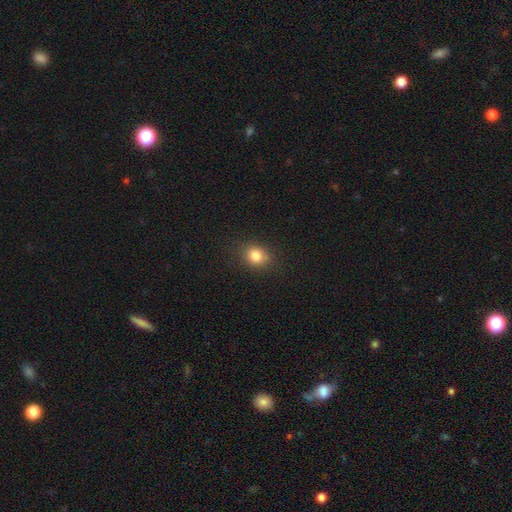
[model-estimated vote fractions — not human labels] Morphology: type=smooth (82%); roundness=round (64%); merging=none (82%).